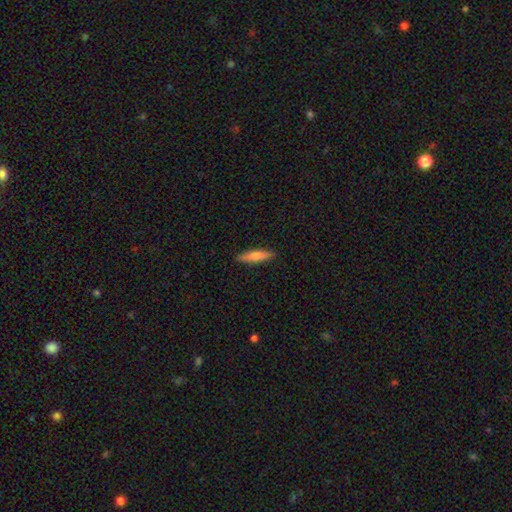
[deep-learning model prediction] smooth-or-featured: smooth: 66% | featured or disk: 28% | star or artifact: 6%
  how-rounded: cigar-shaped: 79% | in between: 19% | round: 2%
  merging: none: 91% | minor disturbance: 7% | major disturbance: 2% | merger: 1%